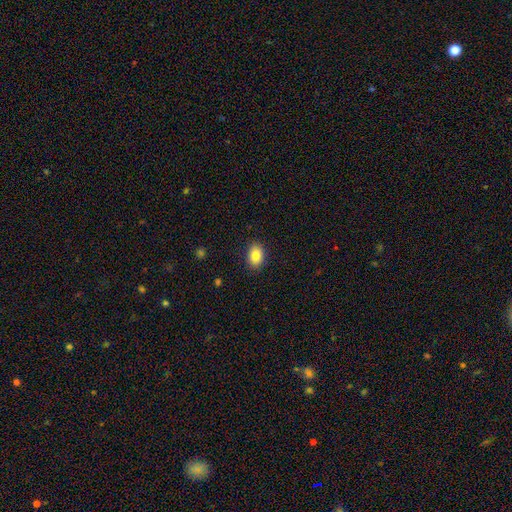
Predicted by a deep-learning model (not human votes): A smooth galaxy with no disk features (84%) that is in between round and cigar-shaped (78%). Merging: none (88%).